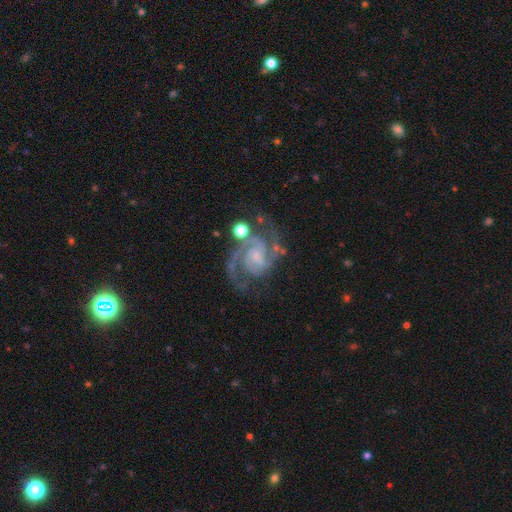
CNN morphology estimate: smooth_or_featured: featured or disk (p=0.92) [alt: star or artifact p=0.05]
disk_edge_on: no (p=0.98) [alt: yes p=0.02]
bar: no (p=0.49) [alt: weak p=0.40]
has_spiral_arms: yes (p=0.99) [alt: no p=0.01]
spiral_winding: medium (p=0.51) [alt: tight p=0.43]
spiral_arm_count: 2 (p=0.76) [alt: 3 p=0.13]
bulge_size: small (p=0.57) [alt: none p=0.26]
merging: none (p=0.68) [alt: minor disturbance p=0.18]